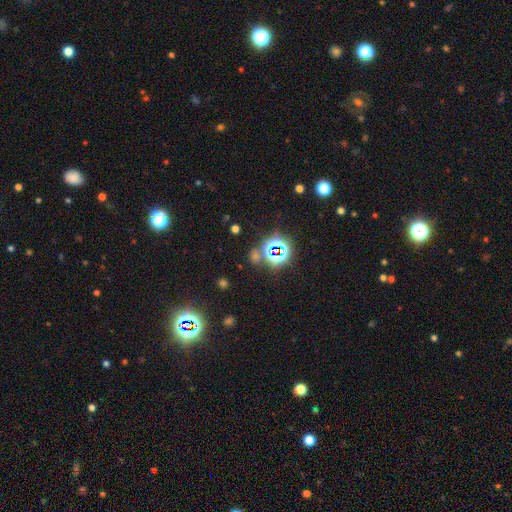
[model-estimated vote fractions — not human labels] Smooth or featured? star or artifact (72%)